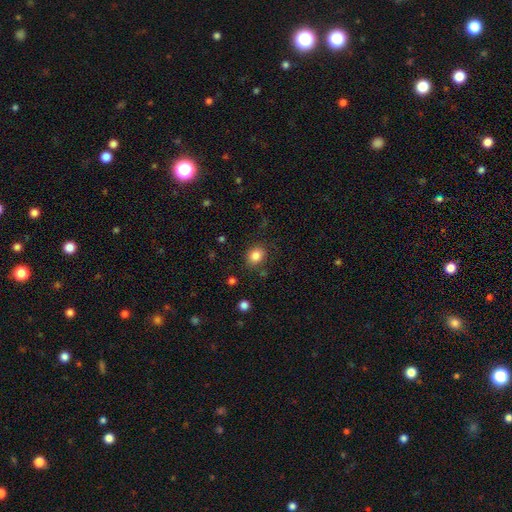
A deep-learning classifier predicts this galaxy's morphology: A smooth galaxy with no disk features (84%) that is round (56%).

Vote fractions:
- Smooth or featured? smooth: 84% / star or artifact: 10% / featured or disk: 5%
- How rounded? round: 56% / in between: 43% / cigar-shaped: 1%
- Merging? none: 81% / minor disturbance: 12% / major disturbance: 4% / merger: 3%